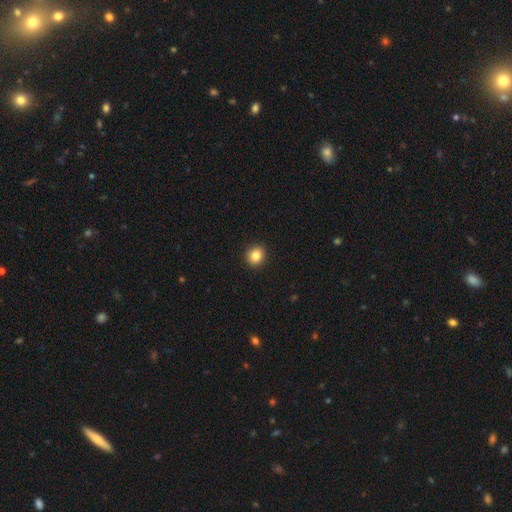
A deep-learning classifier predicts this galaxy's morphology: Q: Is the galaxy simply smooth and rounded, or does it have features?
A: smooth — 84%.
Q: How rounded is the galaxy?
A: round — 86%.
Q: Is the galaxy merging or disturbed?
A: none — 93%.